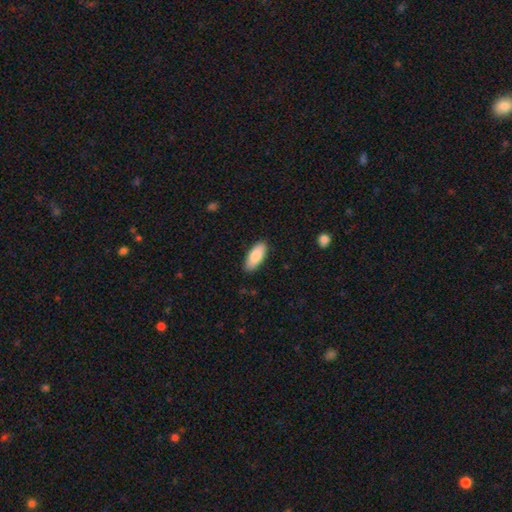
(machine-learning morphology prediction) Smooth or featured? smooth (86%)
How rounded? in between (84%)
Merging? none (87%)